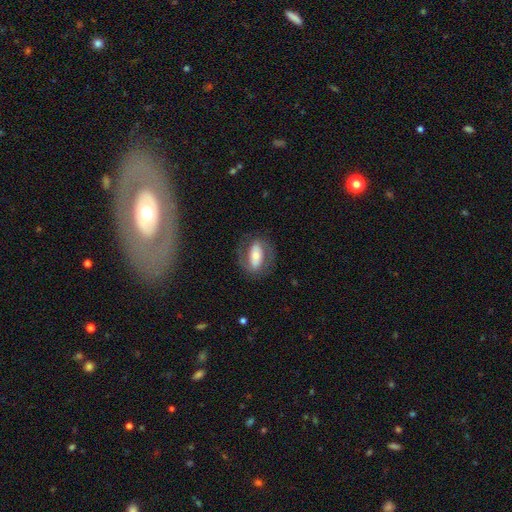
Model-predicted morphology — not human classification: The model was most divided on "bar": strong: 45%, no: 32%, weak: 23%. Remaining: edge-on disk — no (91%); merging — none (74%); spiral arms — yes (67%); smooth or featured — featured or disk (56%); bulge size — moderate (48%).